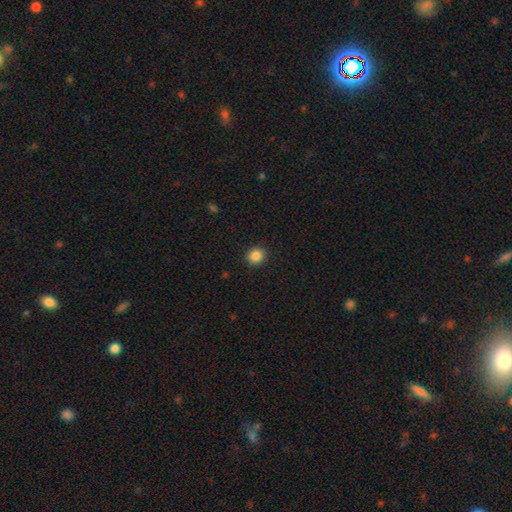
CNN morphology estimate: smooth_or_featured: smooth (p=0.86) [alt: star or artifact p=0.10]
how_rounded: round (p=0.79) [alt: in between p=0.20]
merging: none (p=0.90) [alt: minor disturbance p=0.07]